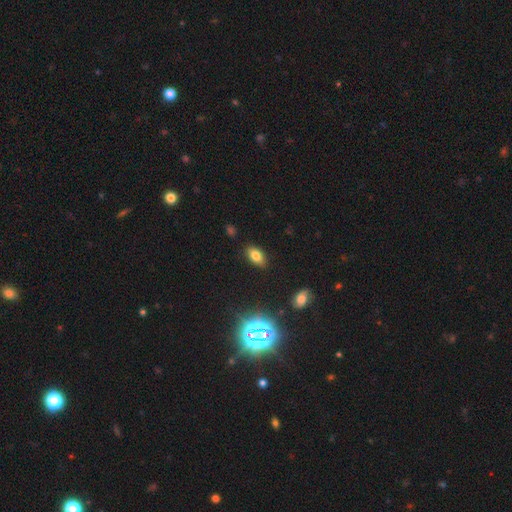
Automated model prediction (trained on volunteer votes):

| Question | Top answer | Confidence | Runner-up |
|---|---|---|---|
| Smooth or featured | smooth | 75% | star or artifact (15%) |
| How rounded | in between | 89% | round (7%) |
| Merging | none | 86% | minor disturbance (10%) |